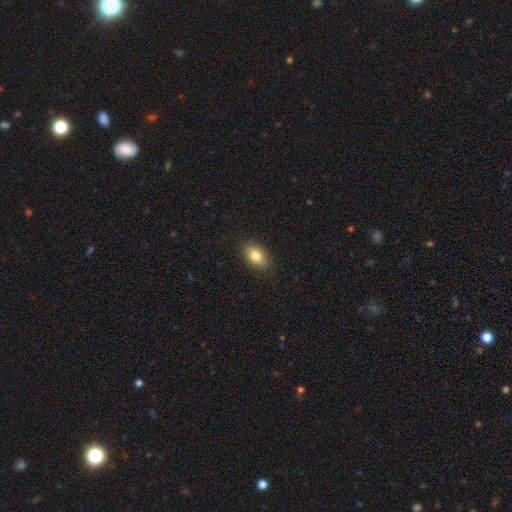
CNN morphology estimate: Overall: smooth (80%). How rounded: in between (86%). Merging: none (88%).